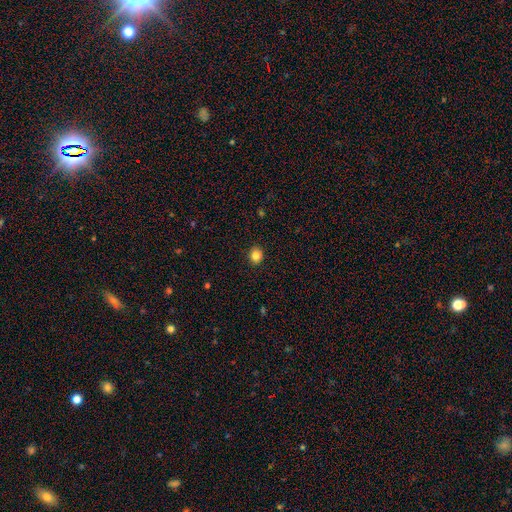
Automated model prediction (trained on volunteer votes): Smooth or featured? Predicted: smooth (p=0.84). How rounded? Predicted: round (p=0.73). Merging? Predicted: none (p=0.91).